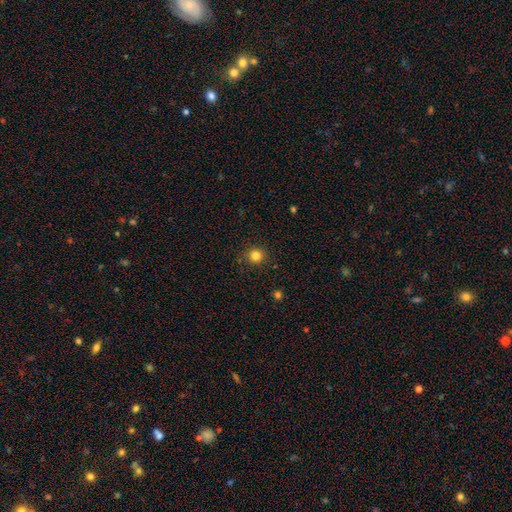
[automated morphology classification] A smooth galaxy with no disk features (82%) that is round (92%).

Vote fractions:
- Smooth or featured? smooth: 82% / star or artifact: 13% / featured or disk: 5%
- How rounded? round: 92% / in between: 7% / cigar-shaped: 1%
- Merging? none: 90% / minor disturbance: 7% / major disturbance: 2% / merger: 1%